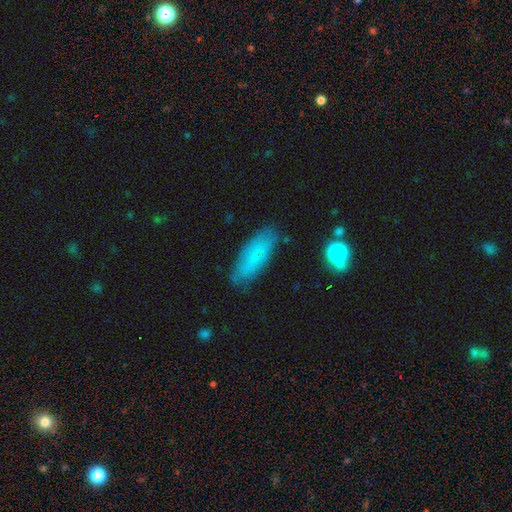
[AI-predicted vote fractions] A smooth galaxy with no disk features (69%) that is in between round and cigar-shaped (61%).

Vote fractions:
- Smooth or featured? smooth: 69% / featured or disk: 23% / star or artifact: 8%
- How rounded? in between: 61% / cigar-shaped: 36% / round: 3%
- Merging? none: 79% / minor disturbance: 15% / major disturbance: 4% / merger: 2%